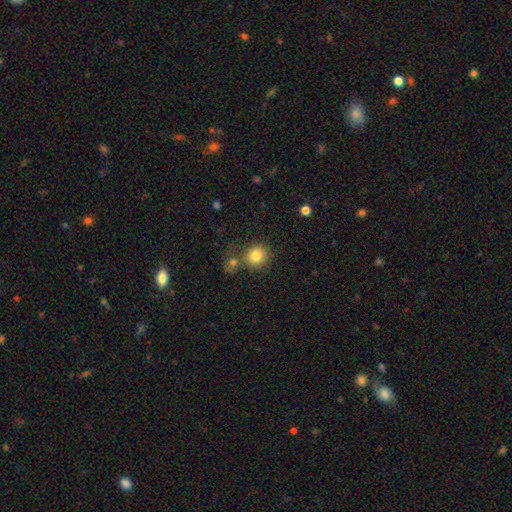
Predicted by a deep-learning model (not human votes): A smooth galaxy with no disk features (82%) that is round (85%). Merging: none (64%).